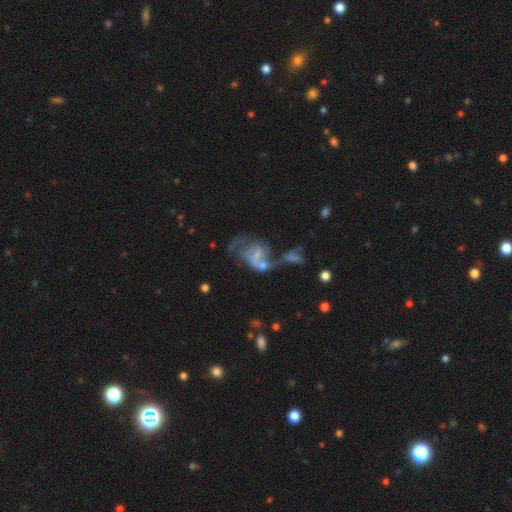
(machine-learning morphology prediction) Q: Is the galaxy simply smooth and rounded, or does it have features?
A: featured or disk — 67%.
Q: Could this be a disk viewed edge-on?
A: no — 97%.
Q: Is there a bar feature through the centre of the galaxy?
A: no — 49%.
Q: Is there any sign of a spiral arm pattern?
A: yes — 67%.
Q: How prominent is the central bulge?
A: none — 48%.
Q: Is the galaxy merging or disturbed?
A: merger — 53%.